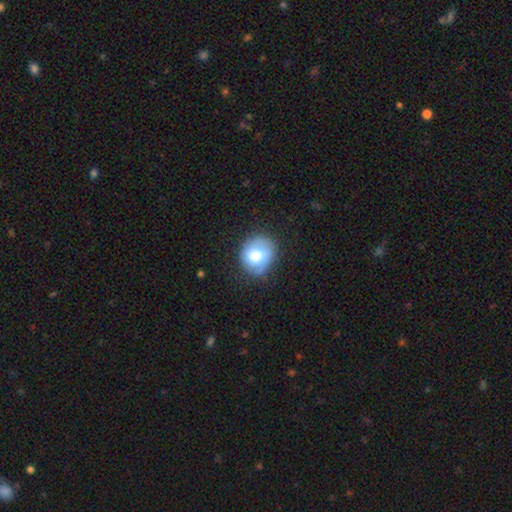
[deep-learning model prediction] A smooth galaxy with no disk features (65%) that is round (69%). Merging: none (63%).